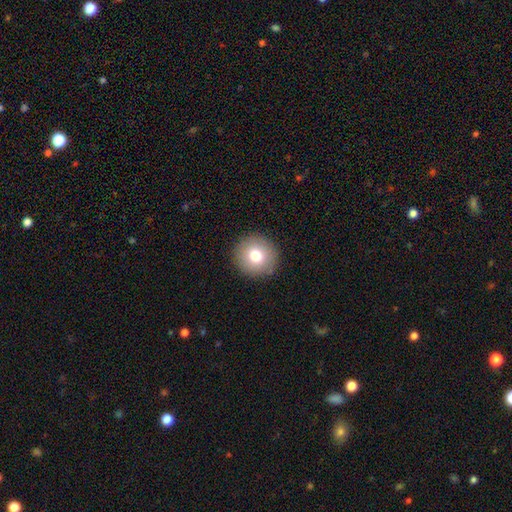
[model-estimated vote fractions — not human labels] Smooth or featured? smooth (76%)
How rounded? round (94%)
Merging? none (91%)